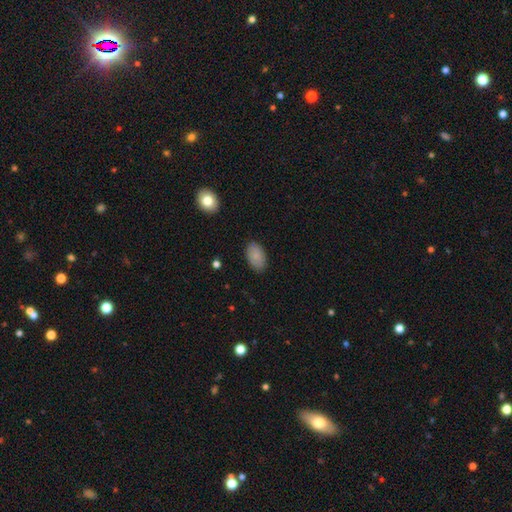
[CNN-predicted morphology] Overall: smooth (86%). How rounded: in between (93%). Merging: none (86%).